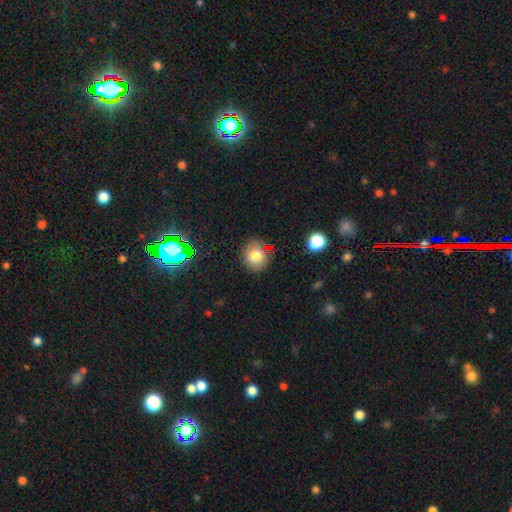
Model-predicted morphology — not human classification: This appears to be a smooth galaxy with no disk features (78%) that is round (73%). Merging: none (82%).